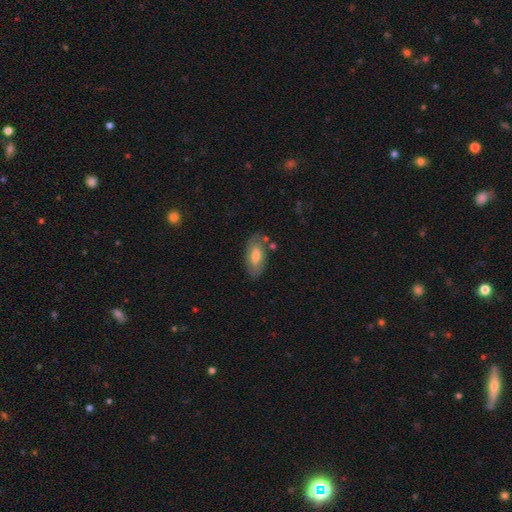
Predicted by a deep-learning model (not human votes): This appears to be a smooth galaxy with no disk features (62%) that is in between round and cigar-shaped (90%). Merging: none (72%).